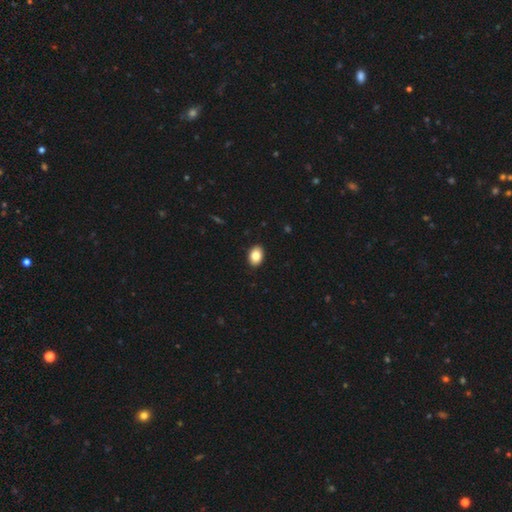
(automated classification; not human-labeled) Smooth or featured? Predicted: smooth (p=0.85). How rounded? Predicted: in between (p=0.83). Merging? Predicted: none (p=0.91).